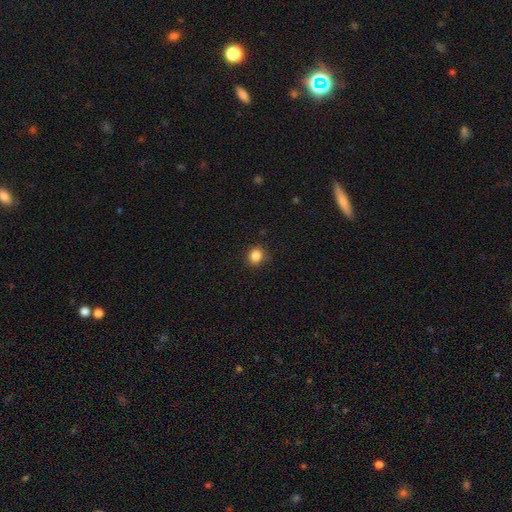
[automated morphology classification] Smooth or featured? smooth (85%)
How rounded? round (80%)
Merging? none (87%)